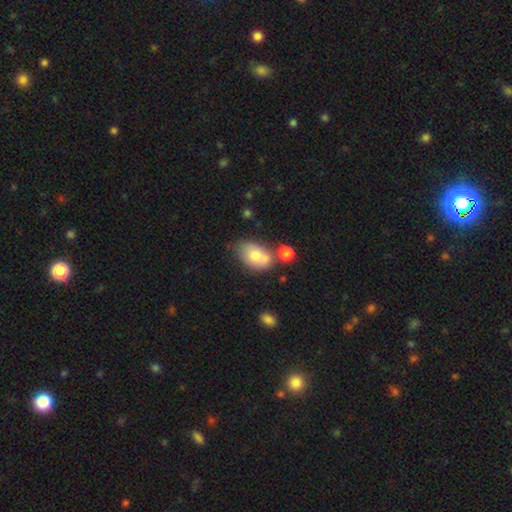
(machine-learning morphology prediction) Smooth or featured?
  - smooth: 70% *
  - featured or disk: 21%
  - star or artifact: 8%
How rounded?
  - in between: 84% *
  - round: 15%
  - cigar-shaped: 1%
Merging?
  - none: 45% *
  - merger: 33%
  - minor disturbance: 17%
  - major disturbance: 5%